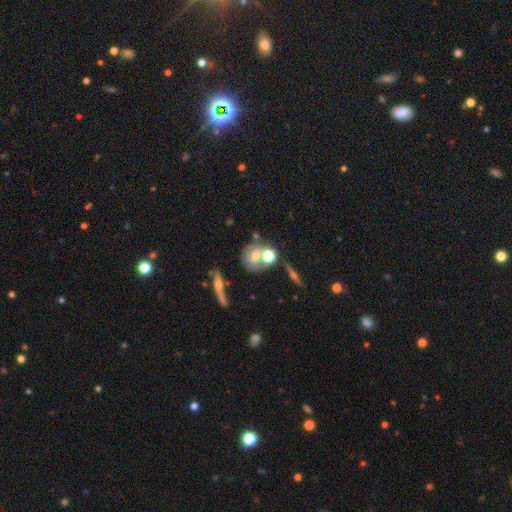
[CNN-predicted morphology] Smooth or featured?
  - smooth: 58% *
  - featured or disk: 28%
  - star or artifact: 13%
How rounded?
  - round: 69% *
  - in between: 29%
  - cigar-shaped: 3%
Merging?
  - none: 44% *
  - merger: 38%
  - minor disturbance: 12%
  - major disturbance: 6%